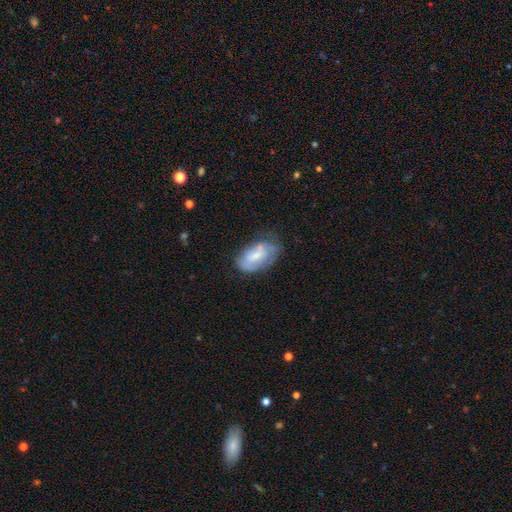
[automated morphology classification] Smooth or featured: smooth — 54% (featured or disk — 39%)
How rounded: in between — 92% (round — 5%)
Merging: none — 54% (minor disturbance — 31%)